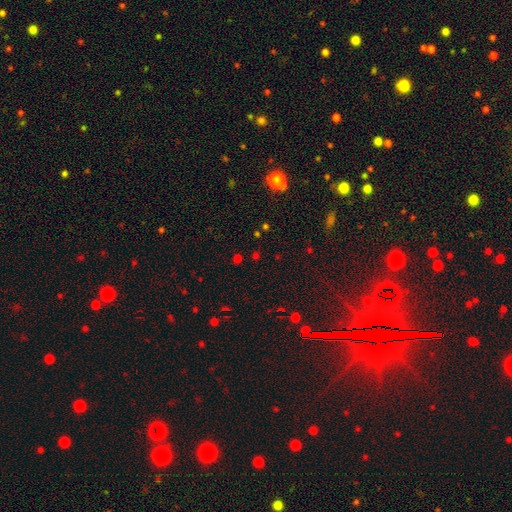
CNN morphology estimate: The model was most divided on "smooth or featured": star or artifact: 53%, smooth: 41%, featured or disk: 6%.